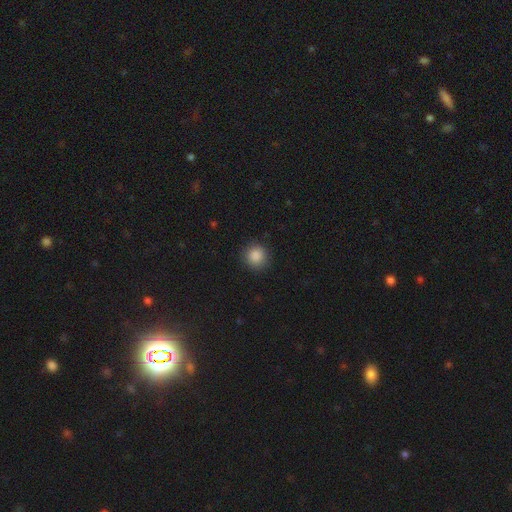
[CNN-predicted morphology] Q: Smooth or featured?
A: smooth (88%); runner-up: star or artifact (9%)
Q: How rounded?
A: round (93%); runner-up: in between (6%)
Q: Merging?
A: none (90%); runner-up: minor disturbance (7%)